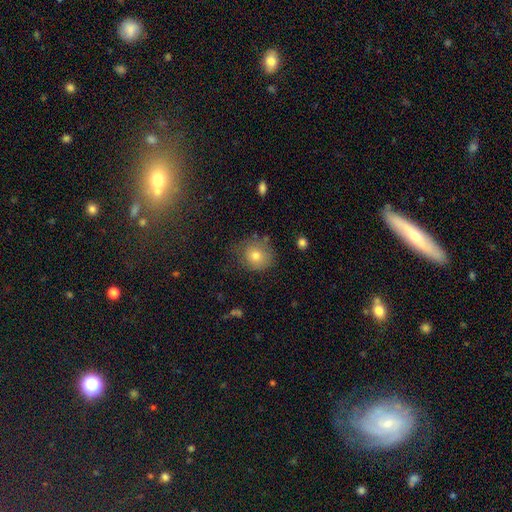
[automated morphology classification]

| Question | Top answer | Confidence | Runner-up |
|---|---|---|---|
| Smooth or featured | smooth | 74% | featured or disk (14%) |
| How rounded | round | 84% | in between (15%) |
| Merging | none | 70% | minor disturbance (20%) |